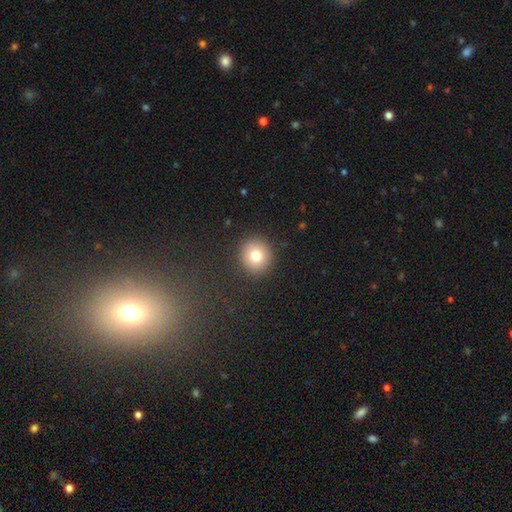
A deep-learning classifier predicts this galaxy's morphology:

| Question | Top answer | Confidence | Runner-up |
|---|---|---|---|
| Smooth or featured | smooth | 76% | featured or disk (12%) |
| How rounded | round | 93% | in between (6%) |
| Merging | none | 91% | minor disturbance (6%) |